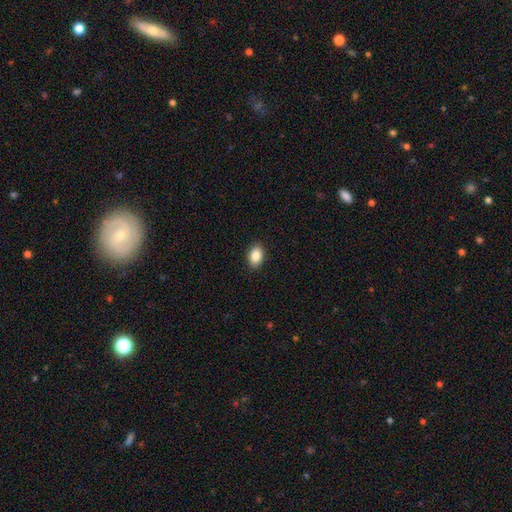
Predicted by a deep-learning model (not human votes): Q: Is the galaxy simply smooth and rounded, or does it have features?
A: smooth — 87%.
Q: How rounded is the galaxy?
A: in between — 88%.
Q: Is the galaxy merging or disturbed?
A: none — 90%.